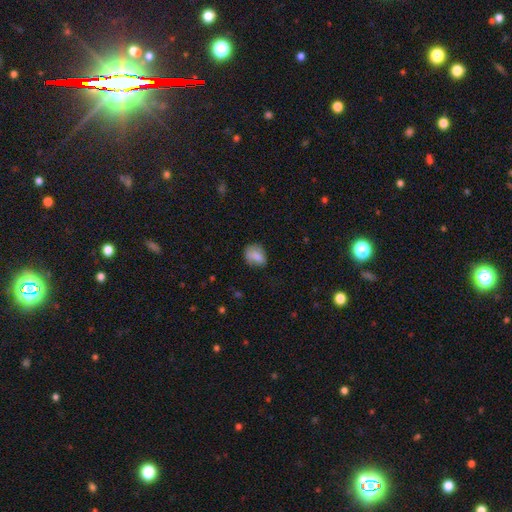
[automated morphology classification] type=smooth (79%); roundness=in between (59%); merging=none (57%).